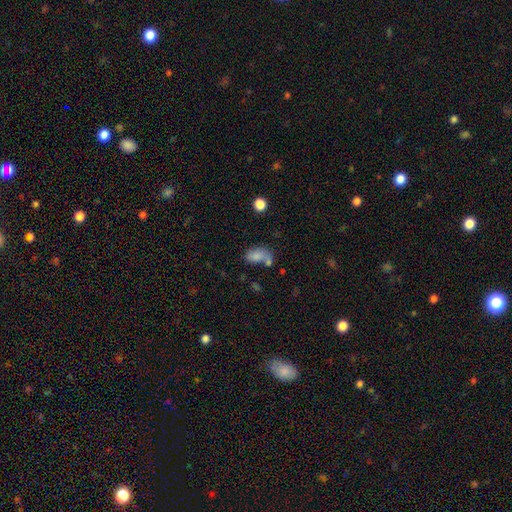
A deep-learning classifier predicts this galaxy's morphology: Q: Smooth or featured?
A: smooth (77%); runner-up: featured or disk (12%)
Q: How rounded?
A: in between (88%); runner-up: round (9%)
Q: Merging?
A: none (36%); runner-up: merger (32%)